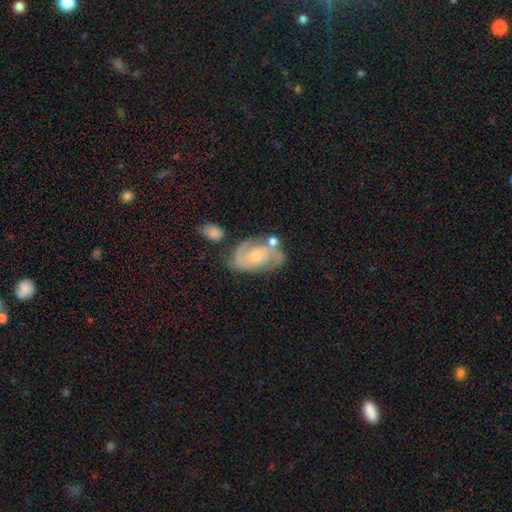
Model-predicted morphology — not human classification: Q: Smooth or featured?
A: featured or disk (80%); runner-up: smooth (14%)
Q: Edge-on disk?
A: no (97%); runner-up: yes (3%)
Q: Bar?
A: no (59%); runner-up: weak (34%)
Q: Spiral arms?
A: yes (93%); runner-up: no (7%)
Q: Spiral winding?
A: tight (47%); runner-up: medium (41%)
Q: Spiral arm count?
A: 2 (70%); runner-up: can't tell (15%)
Q: Bulge size?
A: small (57%); runner-up: moderate (37%)
Q: Merging?
A: none (57%); runner-up: minor disturbance (21%)